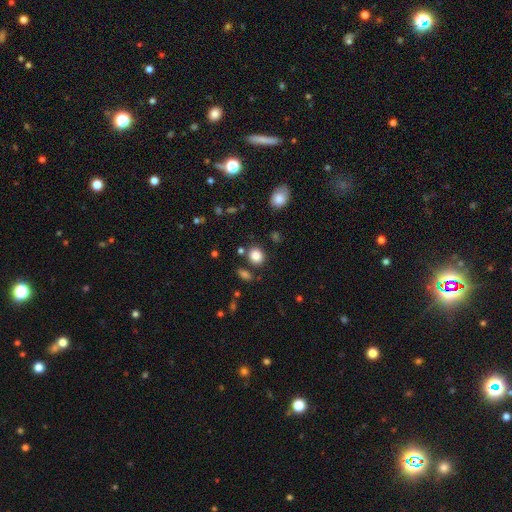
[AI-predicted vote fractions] Smooth or featured?
  - smooth: 85% *
  - star or artifact: 11%
  - featured or disk: 5%
How rounded?
  - round: 74% *
  - in between: 24%
  - cigar-shaped: 1%
Merging?
  - none: 81% *
  - minor disturbance: 9%
  - merger: 7%
  - major disturbance: 3%